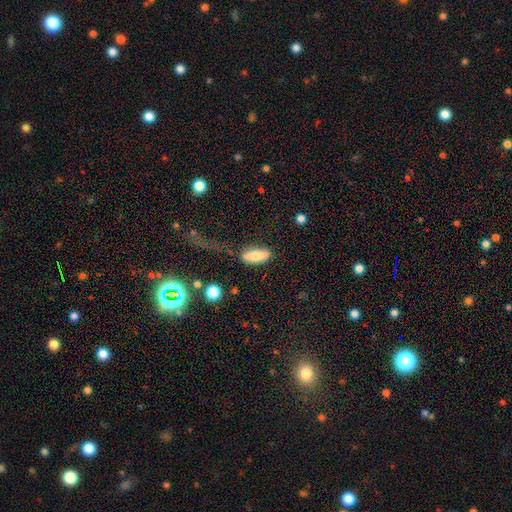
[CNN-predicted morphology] Smooth or featured?
  - smooth: 81% *
  - featured or disk: 13%
  - star or artifact: 7%
How rounded?
  - in between: 73% *
  - cigar-shaped: 25%
  - round: 3%
Merging?
  - none: 72% *
  - minor disturbance: 17%
  - major disturbance: 7%
  - merger: 3%